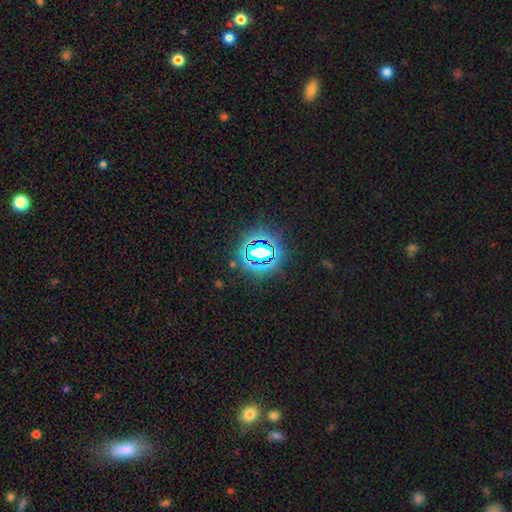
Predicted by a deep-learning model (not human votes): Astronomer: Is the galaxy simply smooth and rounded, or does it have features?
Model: star or artifact — 73%.